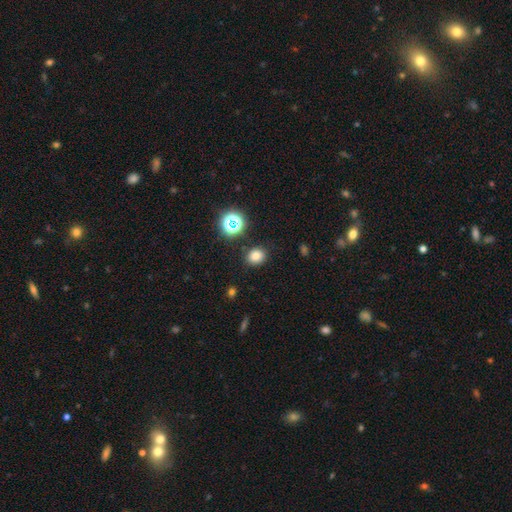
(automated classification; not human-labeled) Smooth or featured? Predicted: smooth (p=0.77). How rounded? Predicted: round (p=0.61). Merging? Predicted: none (p=0.86).